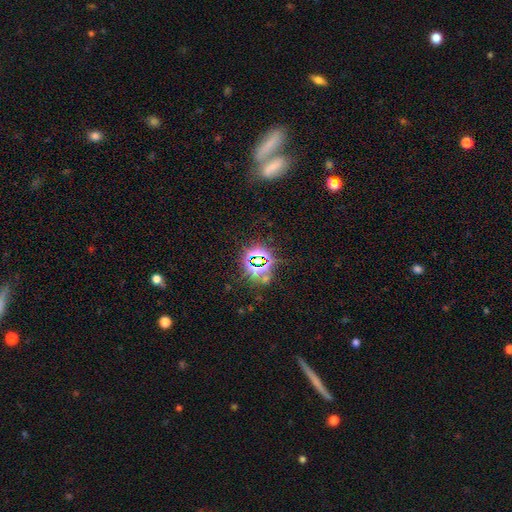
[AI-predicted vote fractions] smooth-or-featured: star or artifact: 78% | smooth: 13% | featured or disk: 9%